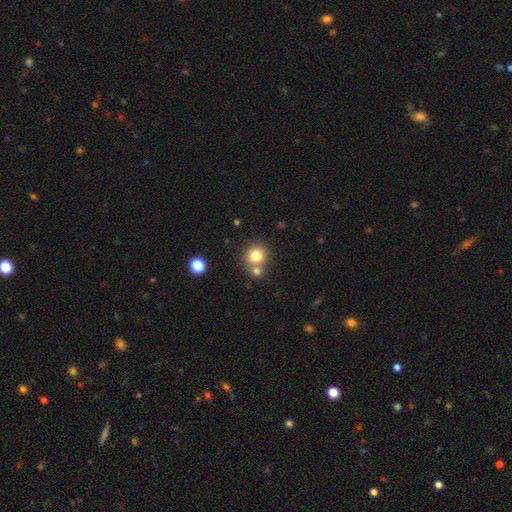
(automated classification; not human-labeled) A smooth galaxy with no disk features (80%) that is round (90%).

Vote fractions:
- Smooth or featured? smooth: 80% / star or artifact: 11% / featured or disk: 8%
- How rounded? round: 90% / in between: 9% / cigar-shaped: 1%
- Merging? none: 60% / merger: 30% / minor disturbance: 7% / major disturbance: 3%